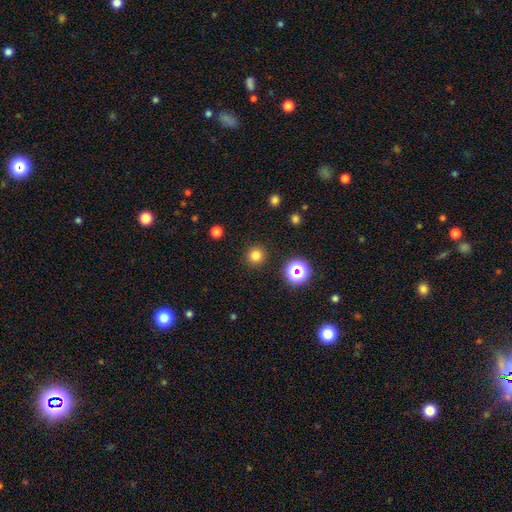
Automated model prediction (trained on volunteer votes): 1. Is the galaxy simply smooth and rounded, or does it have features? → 78% smooth, 17% star or artifact, 5% featured or disk.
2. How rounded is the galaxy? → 94% round, 5% in between, 1% cigar-shaped.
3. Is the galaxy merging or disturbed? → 91% none, 5% minor disturbance, 2% major disturbance, 1% merger.